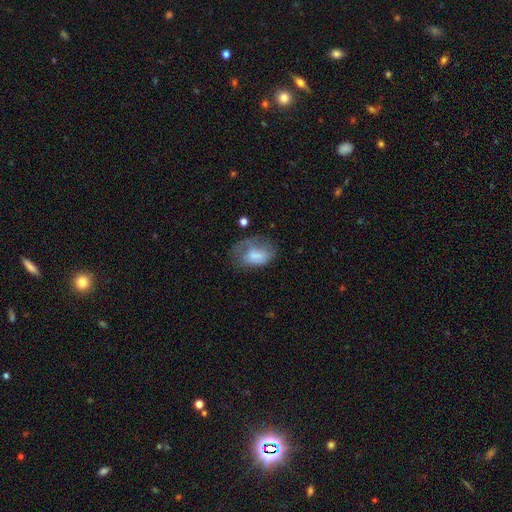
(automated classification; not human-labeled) This appears to be a smooth galaxy with no disk features (65%) that is in between round and cigar-shaped (83%). Merging: major disturbance (33%).